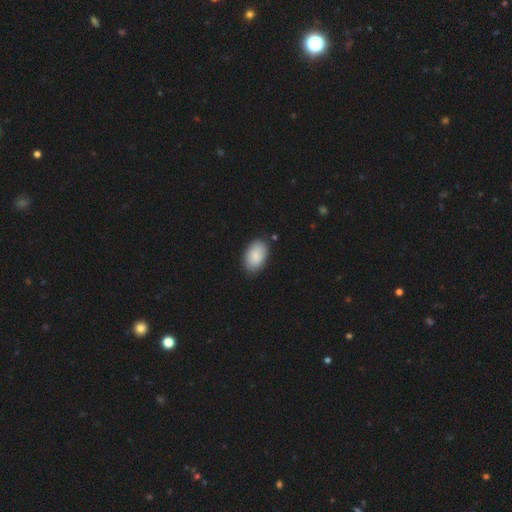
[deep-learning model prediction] Smooth or featured: smooth — 87% (featured or disk — 7%)
How rounded: in between — 92% (round — 7%)
Merging: none — 84% (minor disturbance — 12%)